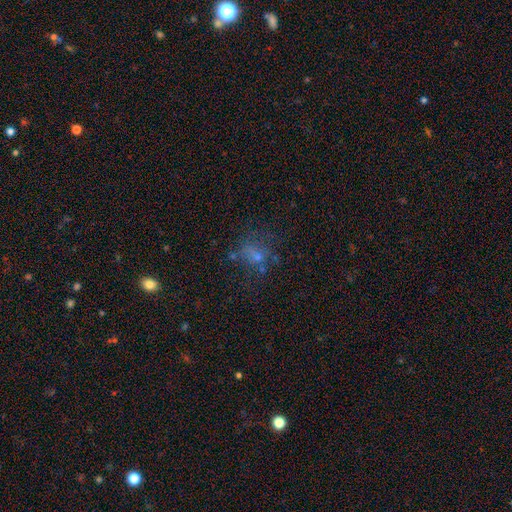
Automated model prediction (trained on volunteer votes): This appears to be a smooth galaxy with no disk features (44%). Merging: none (50%).